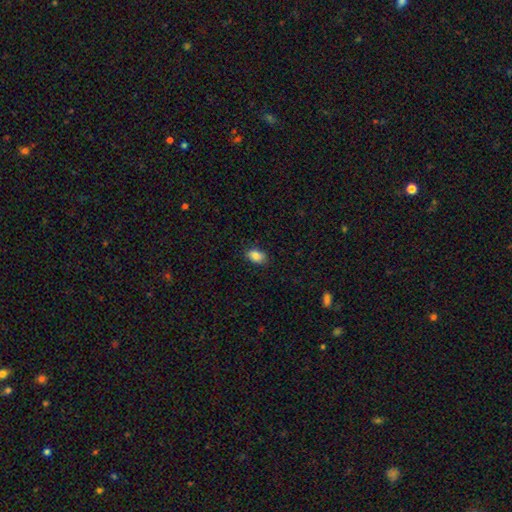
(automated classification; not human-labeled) A smooth galaxy with no disk features (86%) that is in between round and cigar-shaped (87%). Merging: none (86%).